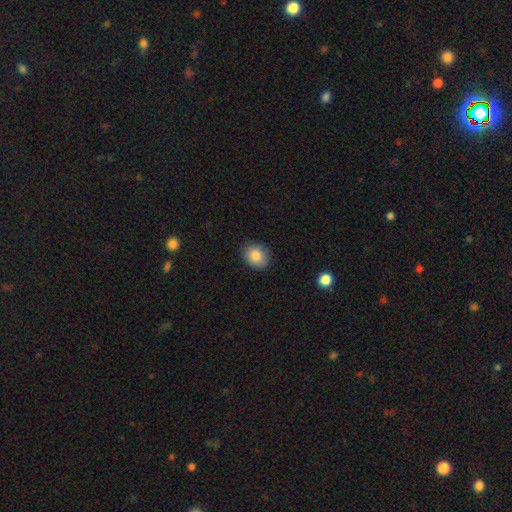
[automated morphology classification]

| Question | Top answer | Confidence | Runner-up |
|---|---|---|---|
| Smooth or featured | smooth | 85% | star or artifact (8%) |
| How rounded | round | 57% | in between (43%) |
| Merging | none | 86% | minor disturbance (10%) |